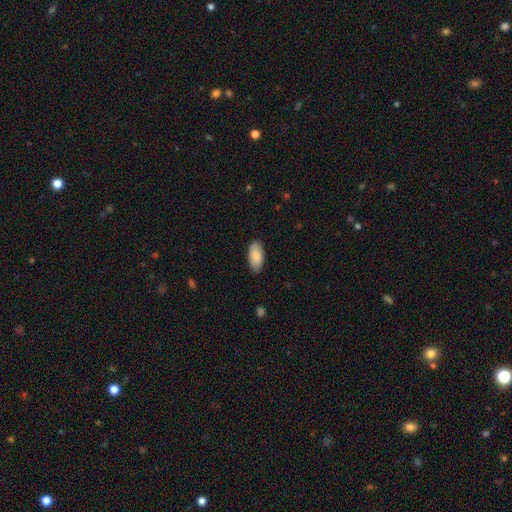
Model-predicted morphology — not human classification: smooth 86%, featured or disk 8%, star or artifact 6%. Down the decision tree: how rounded — in between (93%); merging — none (84%).